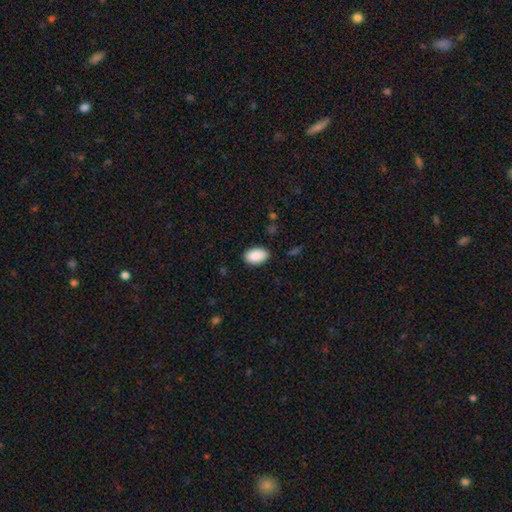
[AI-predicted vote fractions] Morphology: type=smooth (89%); roundness=in between (92%); merging=none (86%).